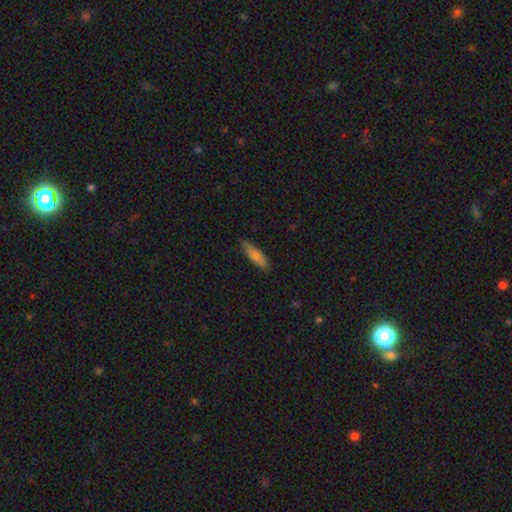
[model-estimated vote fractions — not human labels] Smooth or featured: smooth — 75% (featured or disk — 19%)
How rounded: cigar-shaped — 67% (in between — 31%)
Merging: none — 85% (minor disturbance — 12%)